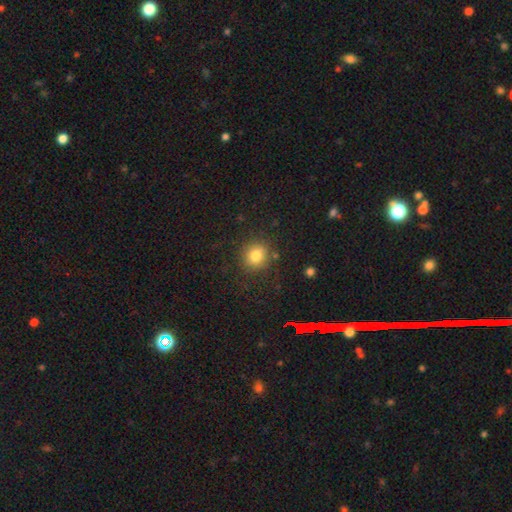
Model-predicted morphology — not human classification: smooth-or-featured: smooth: 81% | star or artifact: 12% | featured or disk: 7%
  how-rounded: round: 84% | in between: 15% | cigar-shaped: 1%
  merging: none: 84% | minor disturbance: 10% | major disturbance: 3% | merger: 2%